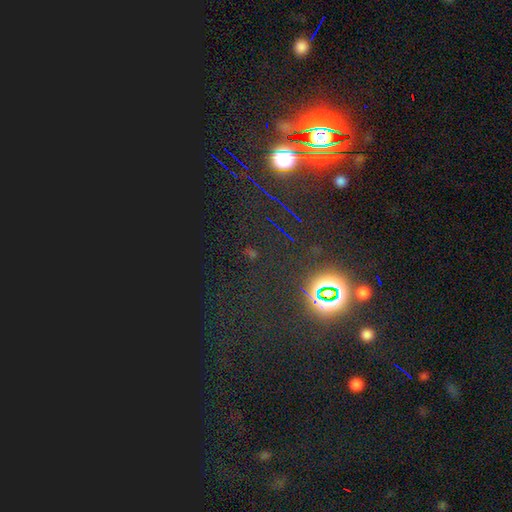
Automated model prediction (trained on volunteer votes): Smooth or featured? Predicted: star or artifact (p=0.80).